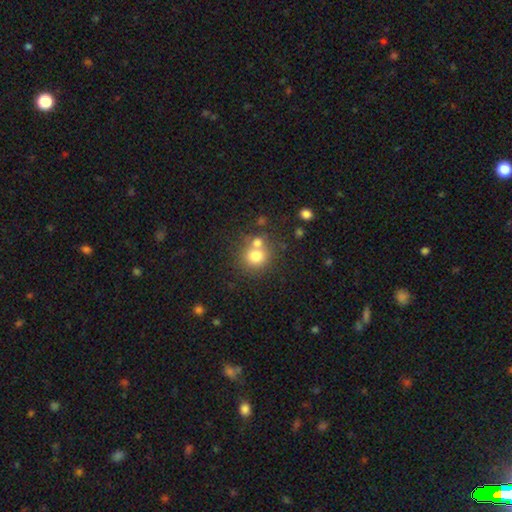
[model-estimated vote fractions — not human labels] Smooth or featured? Predicted: smooth (p=0.75). How rounded? Predicted: round (p=0.87). Merging? Predicted: none (p=0.53).